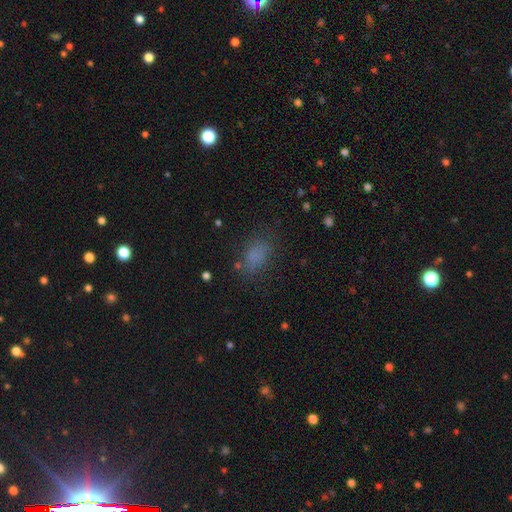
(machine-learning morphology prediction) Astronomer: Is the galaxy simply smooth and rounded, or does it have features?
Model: smooth — 76%.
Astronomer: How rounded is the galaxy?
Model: in between — 82%.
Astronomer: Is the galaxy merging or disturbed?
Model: none — 70%.